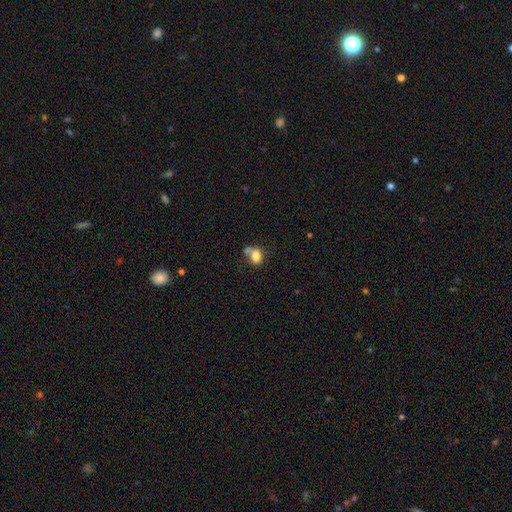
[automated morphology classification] smooth 78%, featured or disk 12%, star or artifact 10%. Down the decision tree: how rounded — in between (70%); merging — merger (38%).